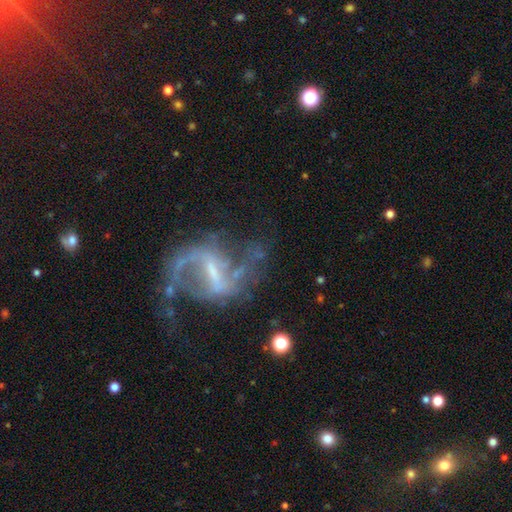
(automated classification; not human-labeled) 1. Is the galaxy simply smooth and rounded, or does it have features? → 87% featured or disk, 8% star or artifact, 5% smooth.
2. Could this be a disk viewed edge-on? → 97% no, 3% yes.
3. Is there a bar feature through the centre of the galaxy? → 48% strong, 42% weak, 10% no.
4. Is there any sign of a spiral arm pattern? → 93% yes, 7% no.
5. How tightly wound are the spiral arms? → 59% loose, 34% medium, 8% tight.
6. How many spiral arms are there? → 87% 2, 5% can't tell, 4% 1, 2% 3, 1% 4, 1% more than 4.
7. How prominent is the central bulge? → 46% small, 29% none, 21% moderate, 3% large, 1% dominant.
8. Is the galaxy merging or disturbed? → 56% none, 22% major disturbance, 18% minor disturbance, 5% merger.